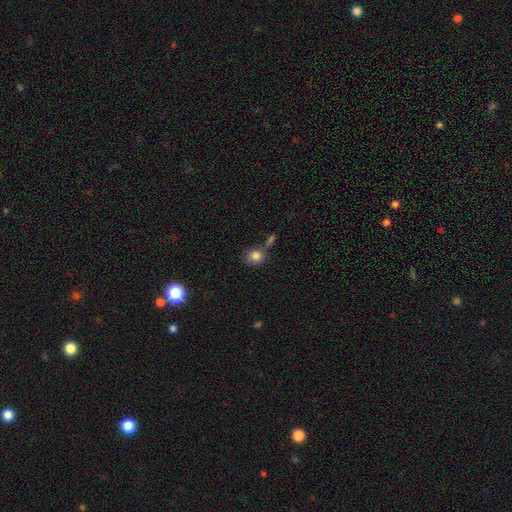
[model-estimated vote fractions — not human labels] Overall: smooth (83%). How rounded: round (62%; in between 37%). Merging: none (60%).